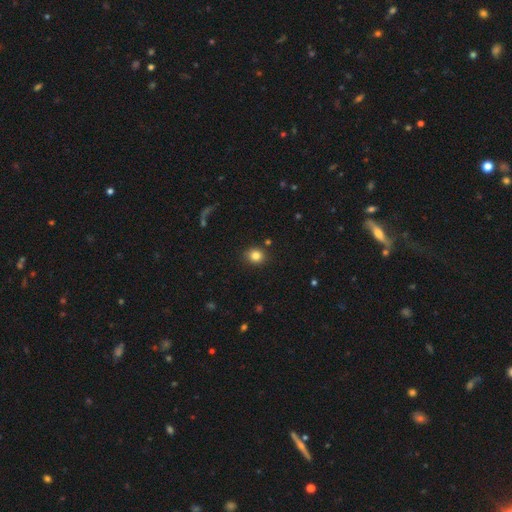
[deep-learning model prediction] The model was most divided on "how rounded": round: 78%, in between: 21%, cigar-shaped: 1%. More confident: merging — none (89%); smooth or featured — smooth (83%).